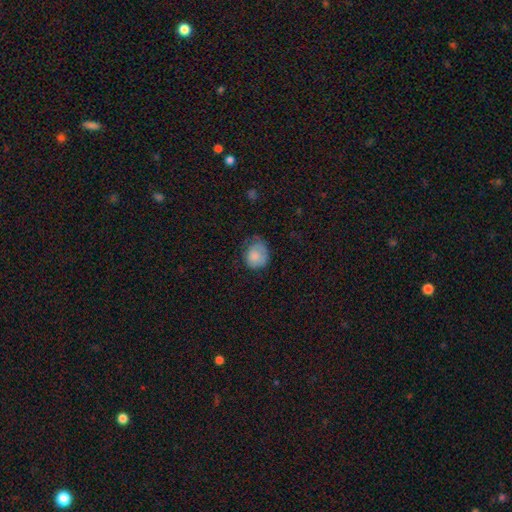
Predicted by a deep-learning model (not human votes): smooth_or_featured: smooth (p=0.78) [alt: featured or disk p=0.15]
how_rounded: round (p=0.61) [alt: in between p=0.39]
merging: none (p=0.43) [alt: minor disturbance p=0.36]